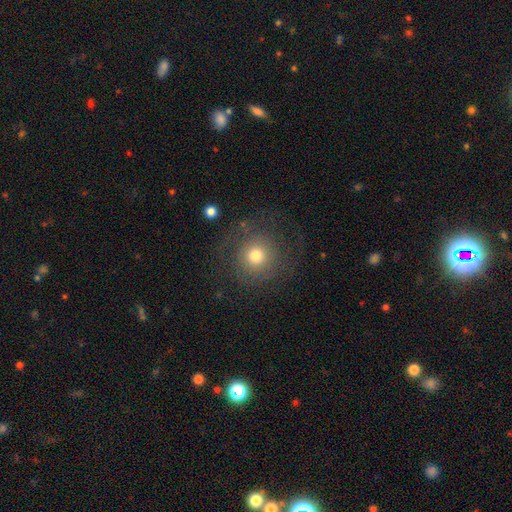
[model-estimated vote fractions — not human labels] A smooth galaxy with no disk features (56%) that is round (92%).

Vote fractions:
- Smooth or featured? smooth: 56% / featured or disk: 31% / star or artifact: 13%
- How rounded? round: 92% / in between: 8% / cigar-shaped: 1%
- Merging? none: 73% / major disturbance: 13% / minor disturbance: 12% / merger: 2%